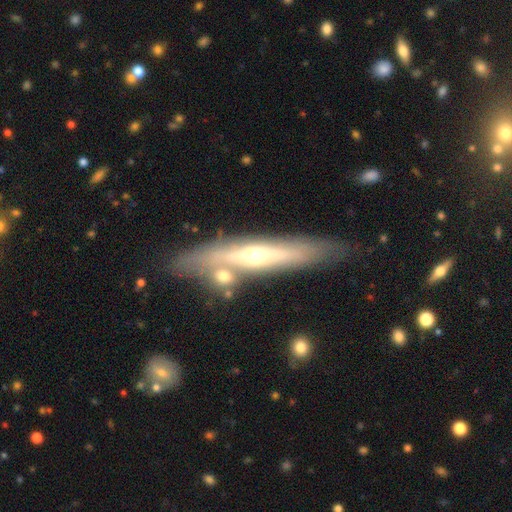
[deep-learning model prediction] Smooth or featured: featured or disk — 70% (smooth — 23%)
Edge-on disk: yes — 80% (no — 20%)
Edge-on bulge: rounded — 83% (none — 14%)
Merging: none — 73% (minor disturbance — 15%)